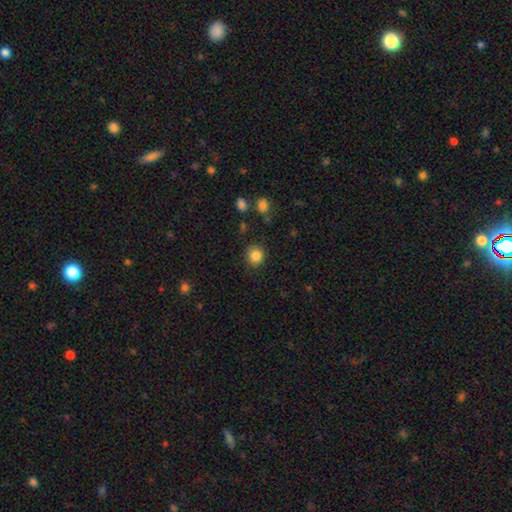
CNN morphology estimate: Smooth or featured?
  - smooth: 85% *
  - star or artifact: 10%
  - featured or disk: 5%
How rounded?
  - round: 87% *
  - in between: 13%
  - cigar-shaped: 1%
Merging?
  - none: 86% *
  - minor disturbance: 9%
  - major disturbance: 3%
  - merger: 2%